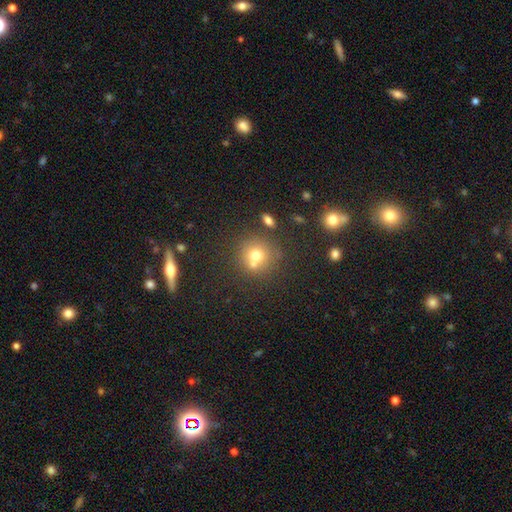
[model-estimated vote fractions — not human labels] A smooth galaxy with no disk features (70%) that is round (89%). Merging: none (59%).